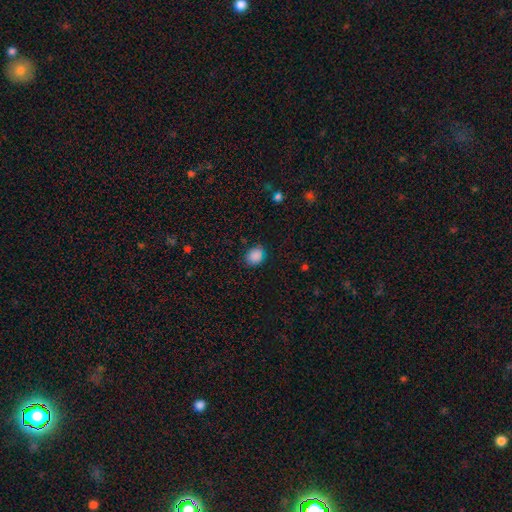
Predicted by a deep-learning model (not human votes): smooth-or-featured: smooth: 85% | star or artifact: 11% | featured or disk: 4%
  how-rounded: round: 56% | in between: 43% | cigar-shaped: 1%
  merging: none: 80% | minor disturbance: 16% | major disturbance: 3% | merger: 1%